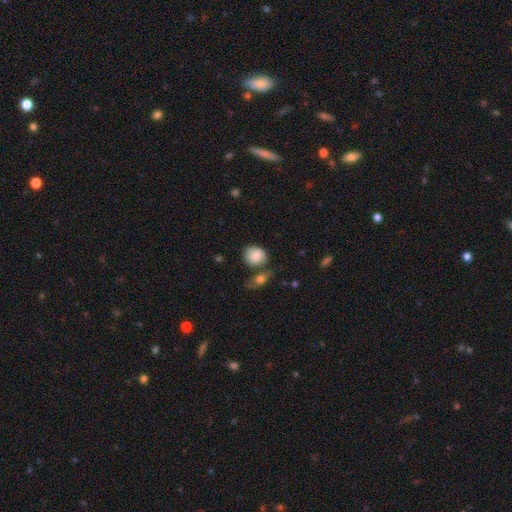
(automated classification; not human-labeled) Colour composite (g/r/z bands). It shows a smooth galaxy with no disk features (84%) that is round (67%). Merging: none (56%).